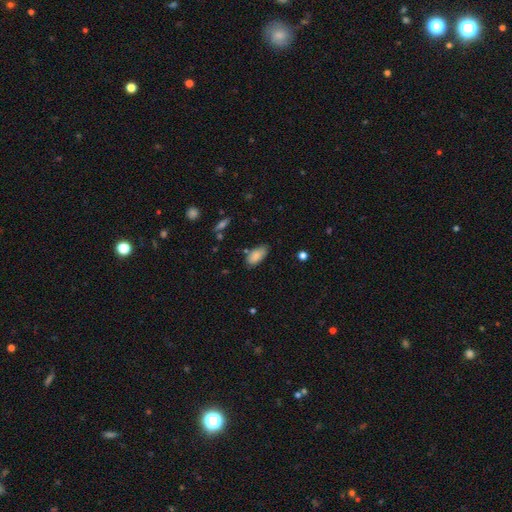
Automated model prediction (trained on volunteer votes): Smooth or featured? smooth (85%)
How rounded? in between (91%)
Merging? none (72%)